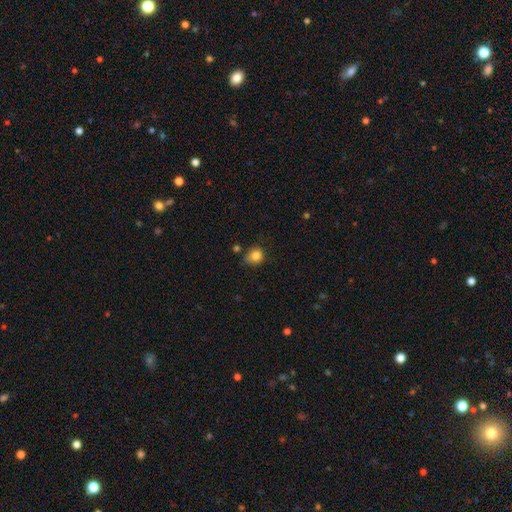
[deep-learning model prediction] This is clearly a smooth galaxy (83%). How rounded: likely round (71%). Merging: likely none (65%).